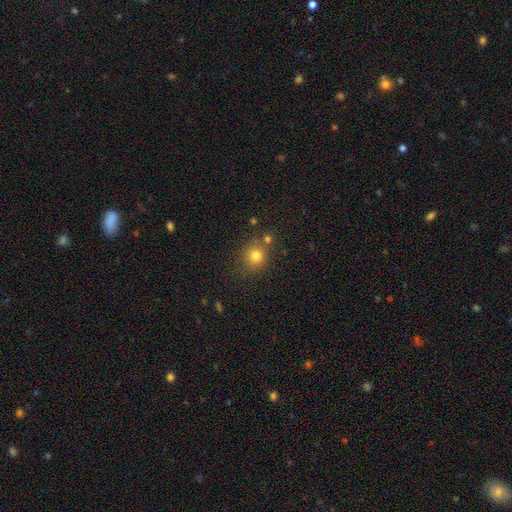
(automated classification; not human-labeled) This is likely a smooth galaxy (79%). How rounded: clearly round (81%). Merging: likely none (71%).